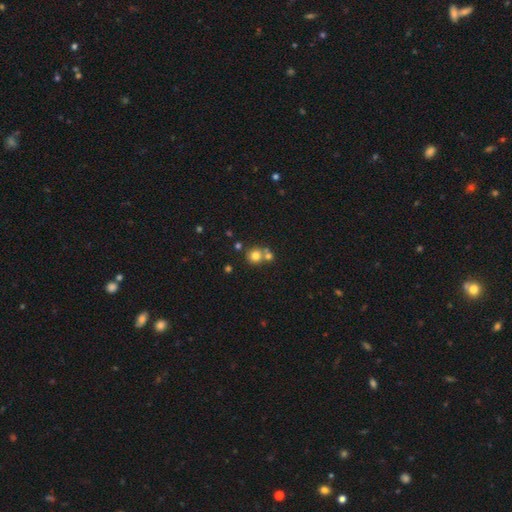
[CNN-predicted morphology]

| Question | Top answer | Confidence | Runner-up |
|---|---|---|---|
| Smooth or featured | smooth | 76% | star or artifact (13%) |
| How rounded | round | 89% | in between (10%) |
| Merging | none | 52% | merger (38%) |